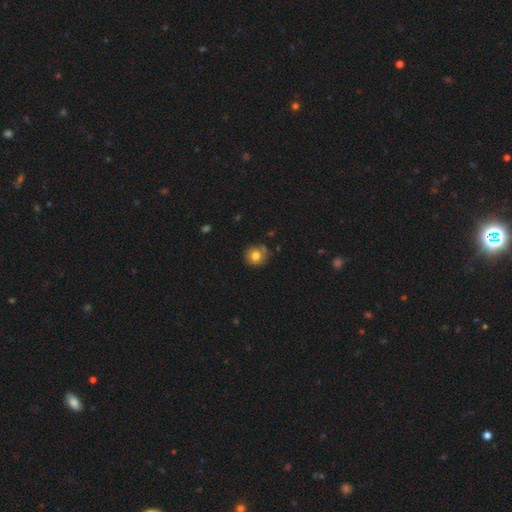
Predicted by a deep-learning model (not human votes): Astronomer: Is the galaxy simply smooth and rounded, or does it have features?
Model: smooth — 79%.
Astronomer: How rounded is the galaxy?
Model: round — 89%.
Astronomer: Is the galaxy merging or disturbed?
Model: none — 76%.